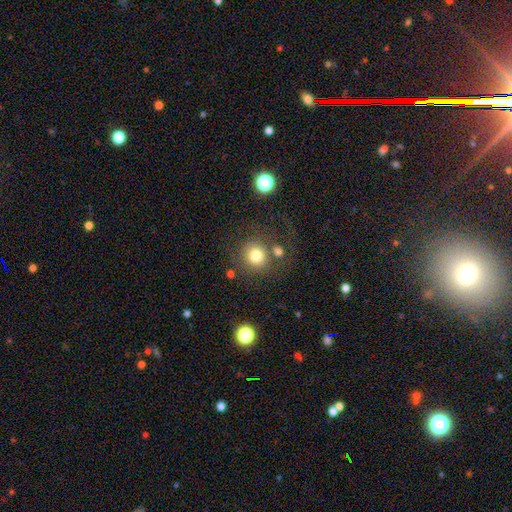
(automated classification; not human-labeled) smooth-or-featured: smooth: 78% | star or artifact: 12% | featured or disk: 11%
  how-rounded: round: 89% | in between: 10% | cigar-shaped: 1%
  merging: none: 66% | merger: 14% | minor disturbance: 11% | major disturbance: 9%